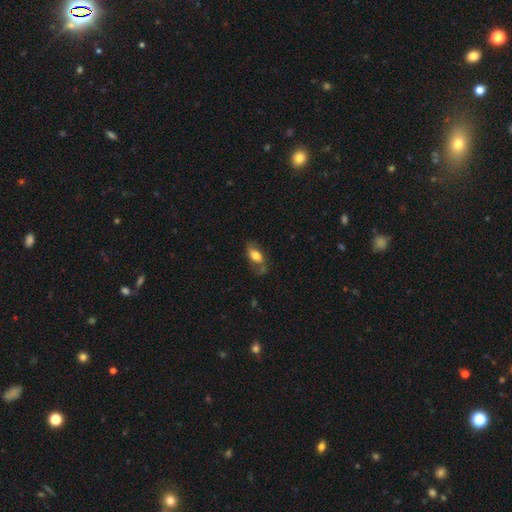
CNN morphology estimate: smooth_or_featured: smooth (p=0.58) [alt: featured or disk p=0.35]
how_rounded: in between (p=0.85) [alt: cigar-shaped p=0.08]
merging: none (p=0.52) [alt: minor disturbance p=0.27]